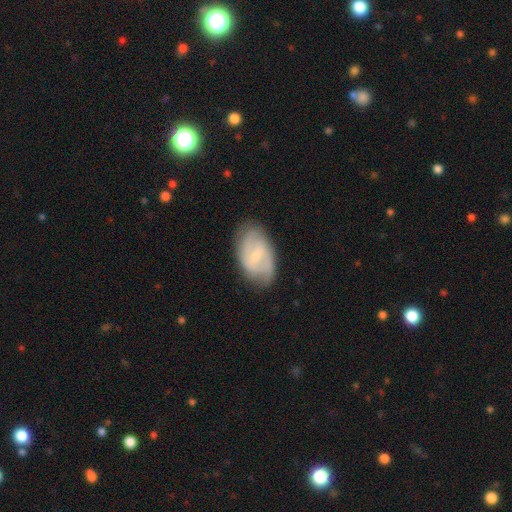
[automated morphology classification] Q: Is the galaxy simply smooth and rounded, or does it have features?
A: featured or disk — 63%.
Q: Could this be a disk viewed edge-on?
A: no — 96%.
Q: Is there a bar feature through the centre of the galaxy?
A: weak — 58%.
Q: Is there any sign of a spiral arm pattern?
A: yes — 82%.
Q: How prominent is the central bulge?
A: small — 61%.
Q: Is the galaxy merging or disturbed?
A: none — 75%.